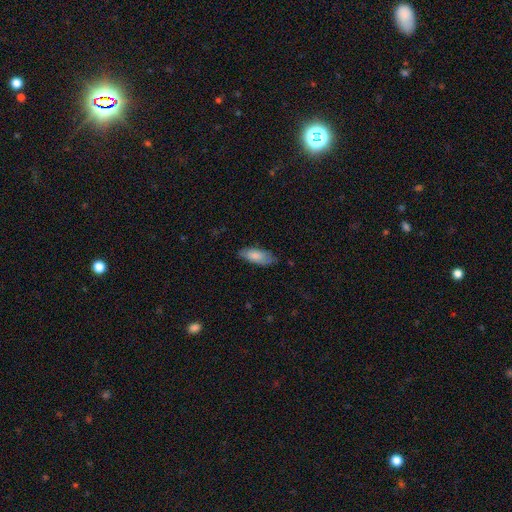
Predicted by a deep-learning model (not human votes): The model was most divided on "merging": none: 69%, minor disturbance: 25%, major disturbance: 5%, merger: 1%. More confident: smooth or featured — smooth (81%); how rounded — in between (76%).